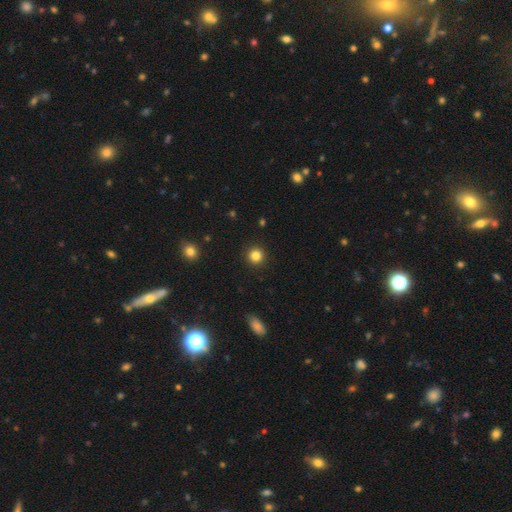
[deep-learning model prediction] smooth_or_featured: smooth (p=0.84) [alt: star or artifact p=0.12]
how_rounded: round (p=0.95) [alt: in between p=0.04]
merging: none (p=0.92) [alt: minor disturbance p=0.05]